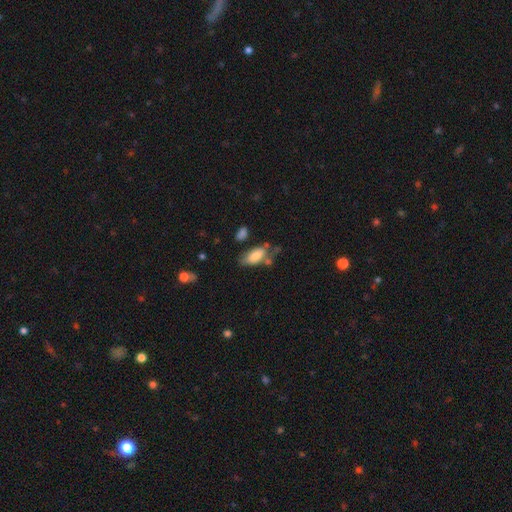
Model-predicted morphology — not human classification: Smooth or featured? Predicted: smooth (p=0.74). How rounded? Predicted: in between (p=0.89). Merging? Predicted: none (p=0.45).